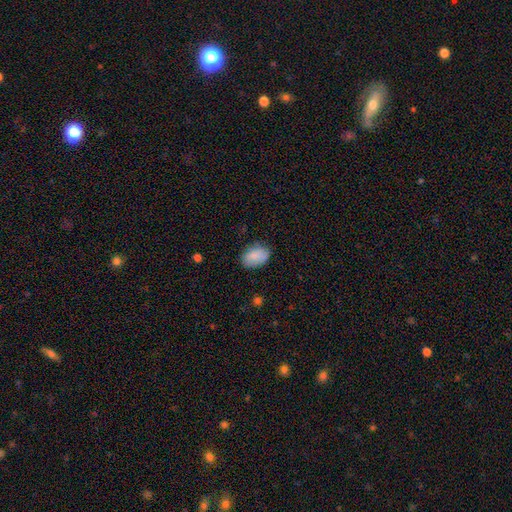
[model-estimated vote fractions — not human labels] Overall: smooth (85%). How rounded: in between (88%). Merging: none (77%).